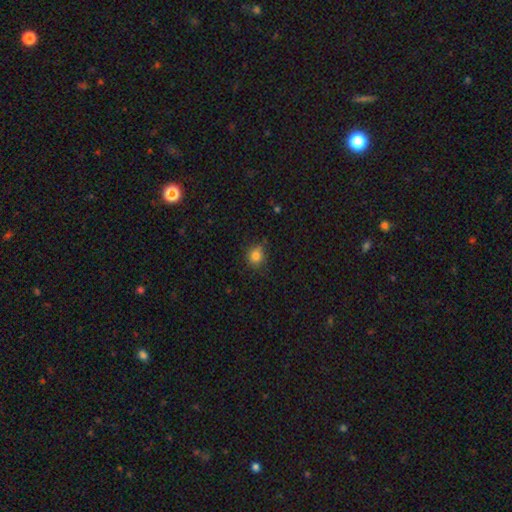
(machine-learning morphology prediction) Q: Smooth or featured?
A: smooth (83%); runner-up: star or artifact (12%)
Q: How rounded?
A: round (80%); runner-up: in between (19%)
Q: Merging?
A: none (80%); runner-up: minor disturbance (15%)